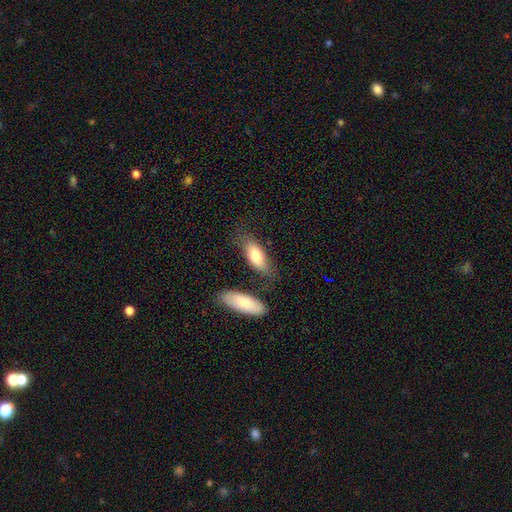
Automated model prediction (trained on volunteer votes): Morphology: type=smooth (78%); roundness=in between (77%); merging=none (66%).